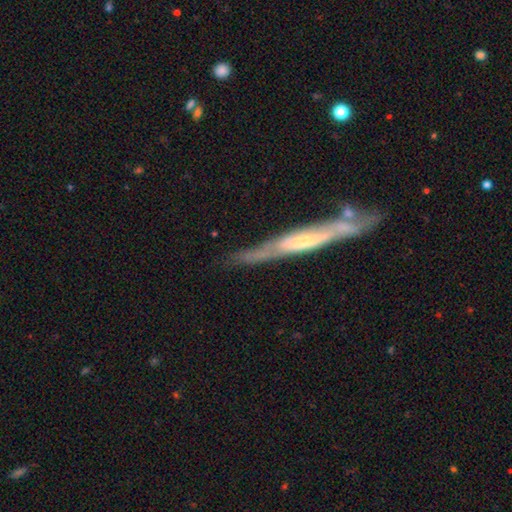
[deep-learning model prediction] This is likely a featured or disk galaxy (69%). It is likely viewed edge-on (76%). Edge-on bulge: marginally none (44%). Merging: likely none (63%).